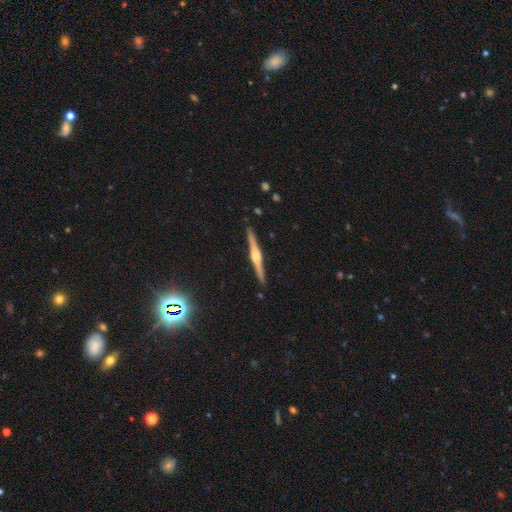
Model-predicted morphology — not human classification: type=featured or disk (81%); edge-on=yes (98%); edge-on bulge=rounded (83%); merging=none (92%).